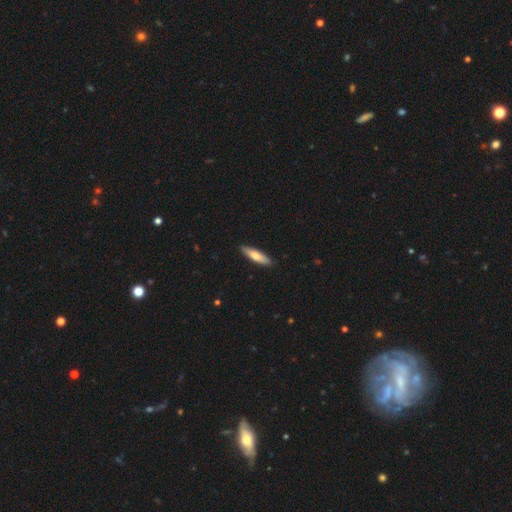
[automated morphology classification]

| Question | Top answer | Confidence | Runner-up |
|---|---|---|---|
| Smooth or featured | smooth | 65% | featured or disk (30%) |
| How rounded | cigar-shaped | 72% | in between (26%) |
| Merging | none | 90% | minor disturbance (7%) |